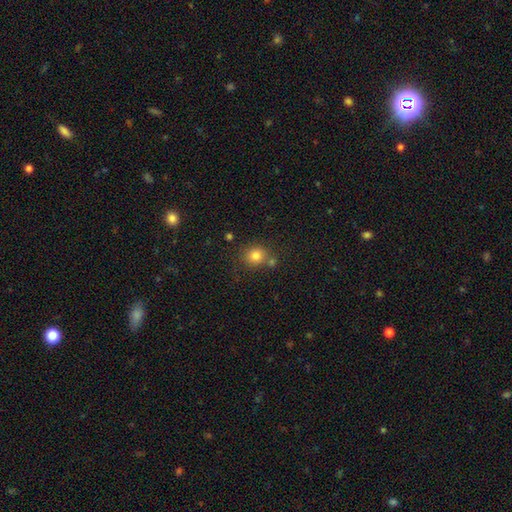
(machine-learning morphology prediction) Q: Smooth or featured?
A: smooth (81%); runner-up: star or artifact (12%)
Q: How rounded?
A: round (84%); runner-up: in between (15%)
Q: Merging?
A: none (69%); runner-up: merger (16%)